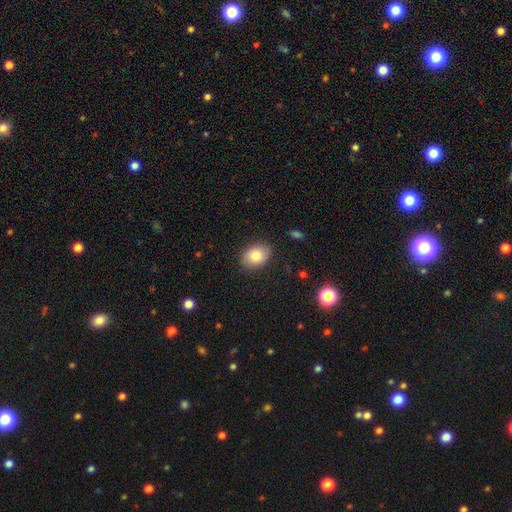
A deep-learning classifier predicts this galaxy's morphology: The model was most divided on "how rounded": in between: 74%, round: 25%, cigar-shaped: 1%. More confident: merging — none (86%); smooth or featured — smooth (83%).